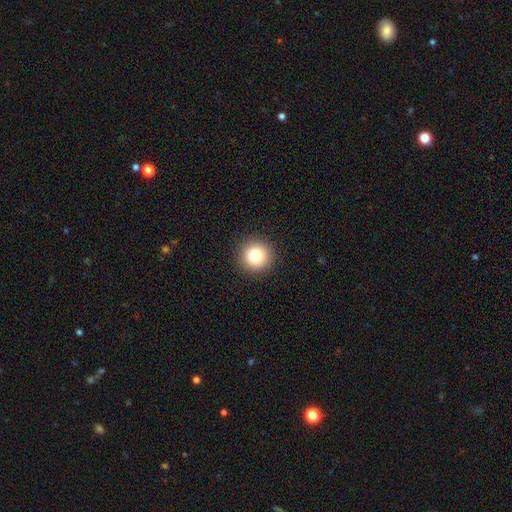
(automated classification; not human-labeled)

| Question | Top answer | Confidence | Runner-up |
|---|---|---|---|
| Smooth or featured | smooth | 83% | star or artifact (11%) |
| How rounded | round | 95% | in between (4%) |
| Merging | none | 92% | minor disturbance (5%) |